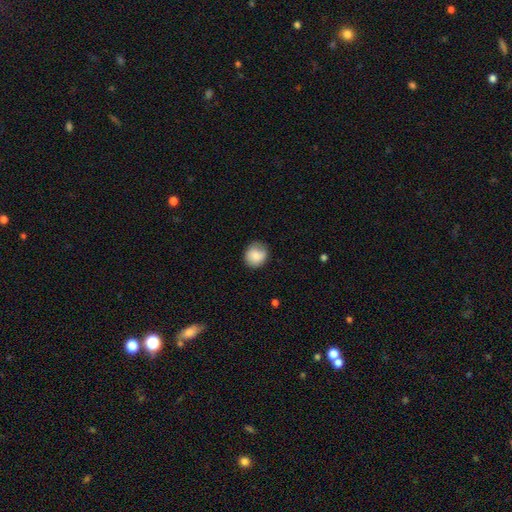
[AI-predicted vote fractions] The model was most divided on "merging": none: 77%, minor disturbance: 18%, major disturbance: 4%, merger: 1%. More confident: smooth or featured — smooth (82%); how rounded — round (80%).